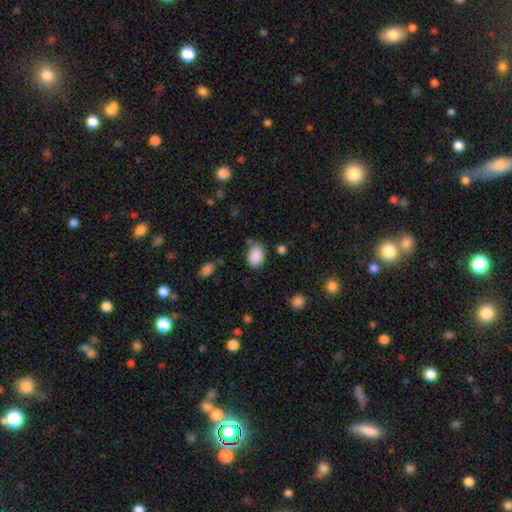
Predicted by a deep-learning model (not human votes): smooth-or-featured: smooth: 88% | star or artifact: 8% | featured or disk: 4%
  how-rounded: in between: 84% | round: 15% | cigar-shaped: 1%
  merging: none: 73% | minor disturbance: 18% | major disturbance: 5% | merger: 5%